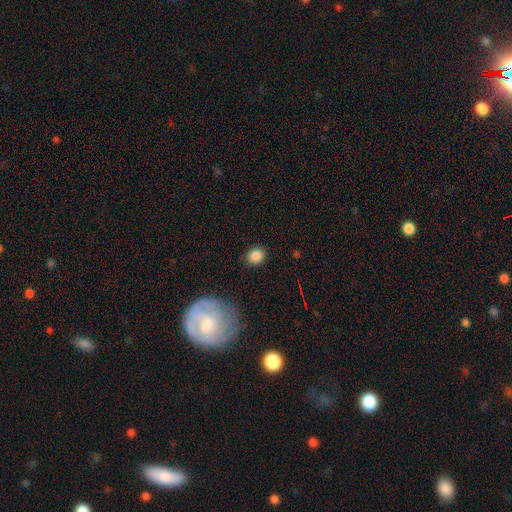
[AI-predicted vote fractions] Smooth or featured? Predicted: smooth (p=0.86). How rounded? Predicted: round (p=0.71). Merging? Predicted: none (p=0.88).